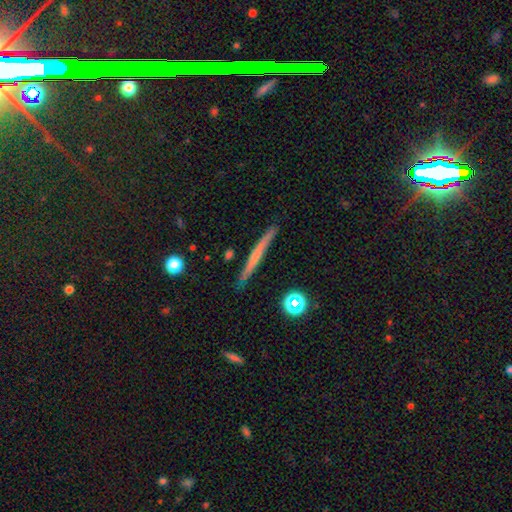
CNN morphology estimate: This is possibly a featured or disk galaxy (49%). Merging: clearly none (89%).